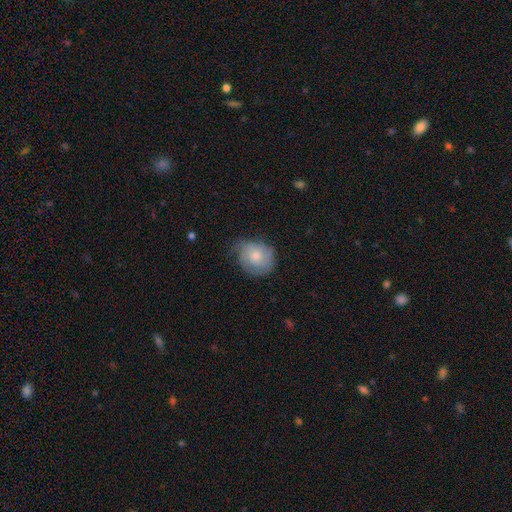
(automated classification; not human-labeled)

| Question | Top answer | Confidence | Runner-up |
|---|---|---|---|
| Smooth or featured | smooth | 55% | featured or disk (38%) |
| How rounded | round | 70% | in between (29%) |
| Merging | none | 56% | minor disturbance (32%) |